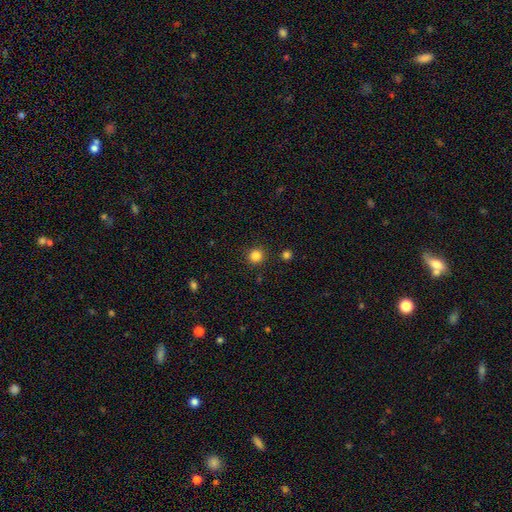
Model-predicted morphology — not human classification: This appears to be a smooth galaxy with no disk features (83%) that is round (94%). Merging: none (91%).